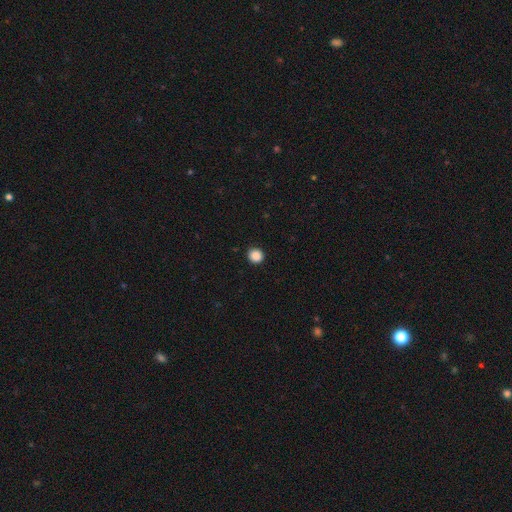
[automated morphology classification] Overall: smooth (88%). How rounded: round (94%). Merging: none (92%).